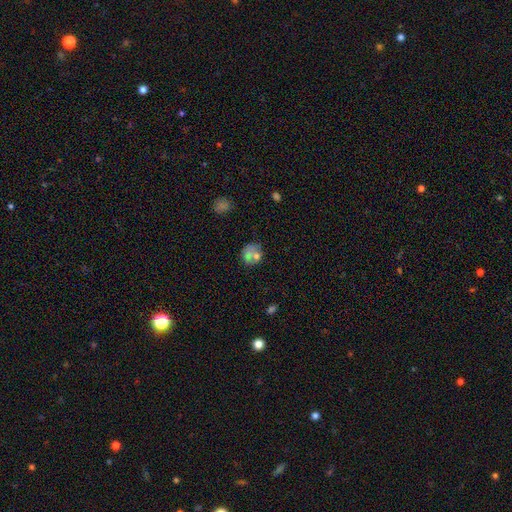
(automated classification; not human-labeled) A smooth galaxy with no disk features (66%) that is round (68%). Merging: none (50%).